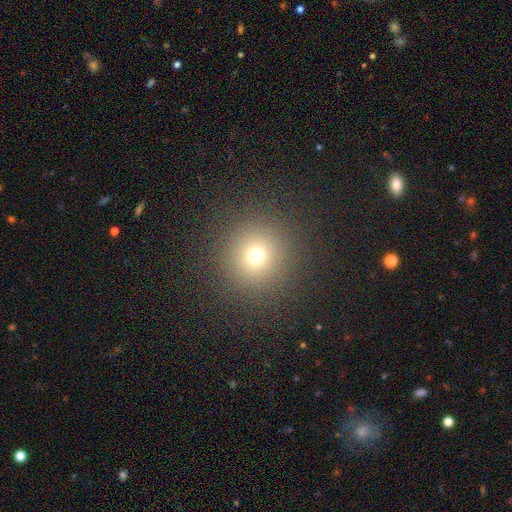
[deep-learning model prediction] The model was most divided on "smooth or featured": smooth: 69%, star or artifact: 23%, featured or disk: 8%. More confident: how rounded — round (95%); merging — none (88%).